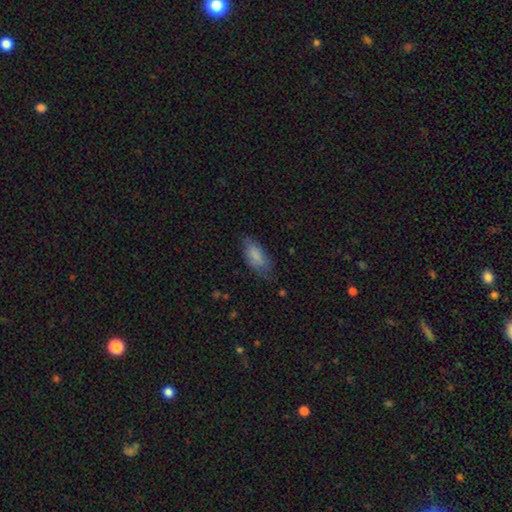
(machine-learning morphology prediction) smooth_or_featured: smooth (p=0.81) [alt: featured or disk p=0.12]
how_rounded: in between (p=0.86) [alt: cigar-shaped p=0.12]
merging: none (p=0.64) [alt: minor disturbance p=0.27]